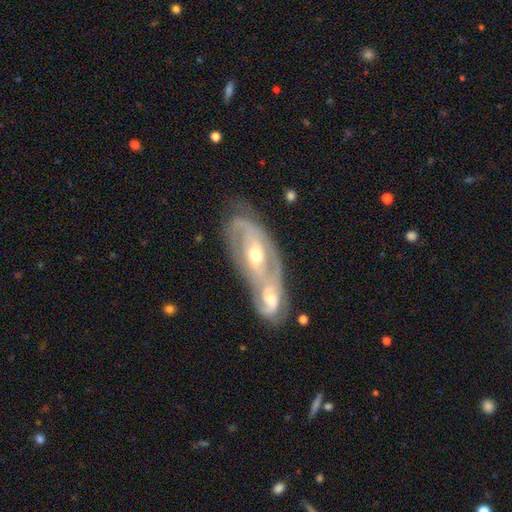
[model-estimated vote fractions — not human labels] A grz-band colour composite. It shows a featured or disk galaxy (80%) with no bar (51%), 2 (58%) tight (52%) spiral arms (81%) and a moderate central bulge (63%). Merging: merger (56%).